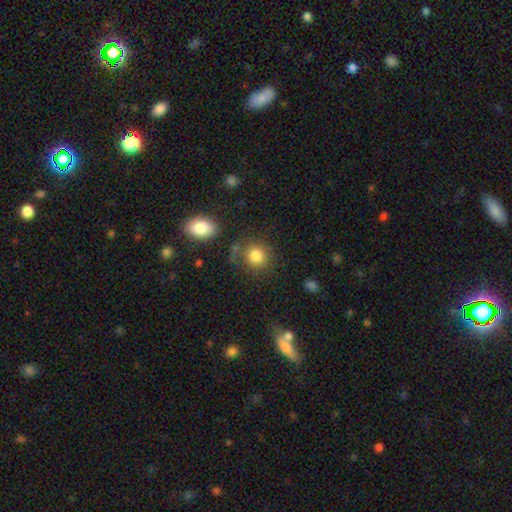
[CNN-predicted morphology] Smooth or featured? Predicted: smooth (p=0.82). How rounded? Predicted: round (p=0.86). Merging? Predicted: none (p=0.73).